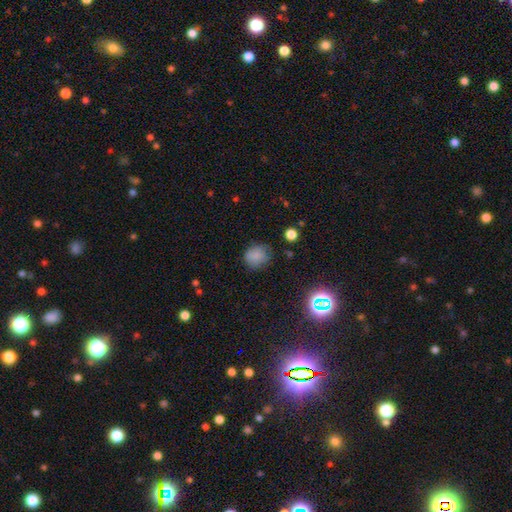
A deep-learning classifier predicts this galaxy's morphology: The model was most divided on "merging": none: 73%, minor disturbance: 20%, major disturbance: 5%, merger: 2%. More confident: smooth or featured — smooth (79%); how rounded — round (77%).